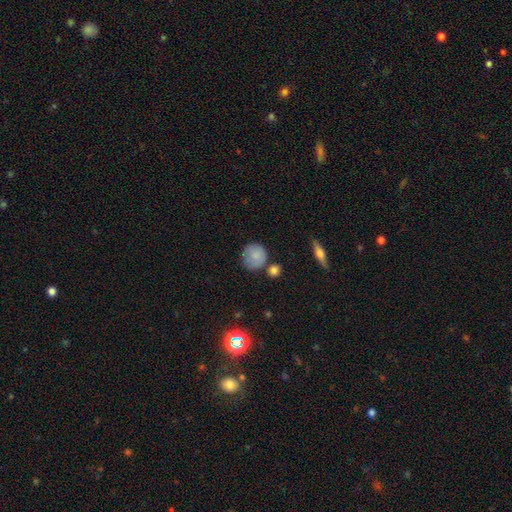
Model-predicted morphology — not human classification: This is clearly a smooth galaxy (81%). How rounded: clearly round (88%). Merging: likely none (64%).